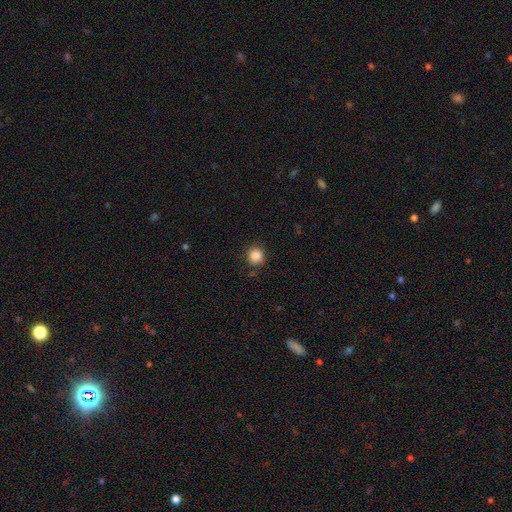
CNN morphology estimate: Smooth or featured? Predicted: smooth (p=0.87). How rounded? Predicted: round (p=0.90). Merging? Predicted: none (p=0.85).